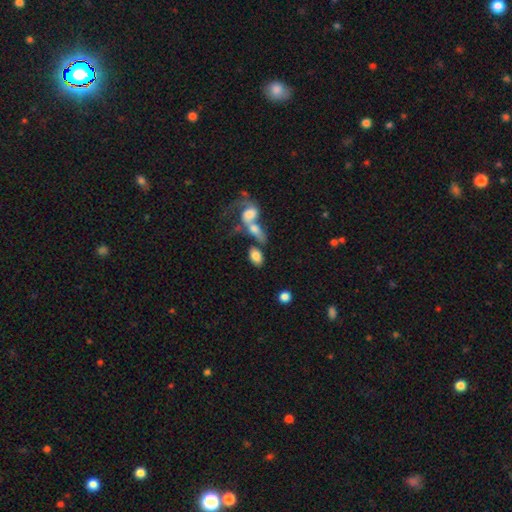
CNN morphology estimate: type=smooth (77%); roundness=in between (89%); merging=merger (41%).